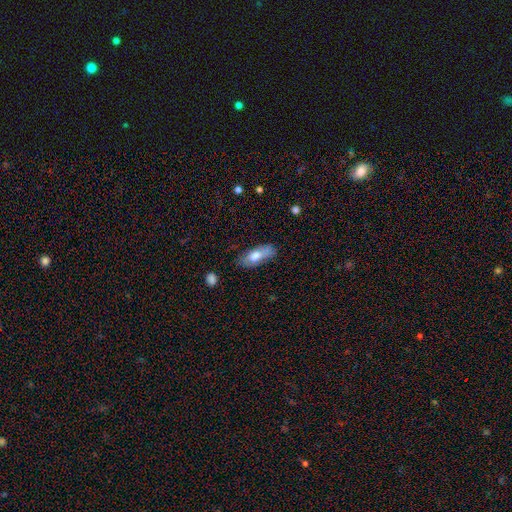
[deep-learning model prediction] Q: Smooth or featured?
A: smooth (69%); runner-up: featured or disk (25%)
Q: How rounded?
A: in between (76%); runner-up: cigar-shaped (21%)
Q: Merging?
A: none (69%); runner-up: minor disturbance (23%)